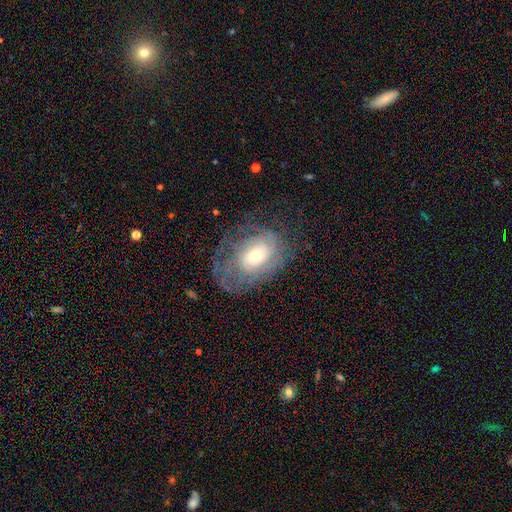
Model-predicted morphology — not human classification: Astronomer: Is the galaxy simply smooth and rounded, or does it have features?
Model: featured or disk — 74%.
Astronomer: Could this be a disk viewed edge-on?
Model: no — 95%.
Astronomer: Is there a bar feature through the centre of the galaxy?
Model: no — 70%.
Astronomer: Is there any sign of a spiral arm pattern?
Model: yes — 85%.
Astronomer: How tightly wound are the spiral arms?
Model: tight — 64%.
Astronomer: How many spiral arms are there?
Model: can't tell — 53%.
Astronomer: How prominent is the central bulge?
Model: moderate — 48% (runner-up: small, 41%).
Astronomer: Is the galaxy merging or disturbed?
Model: none — 62%.